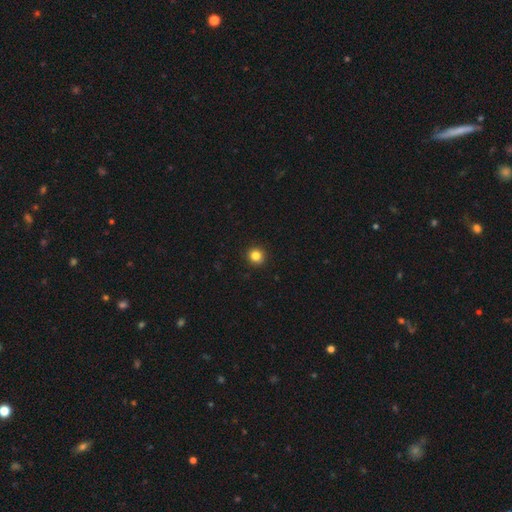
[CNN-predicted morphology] smooth 83%, star or artifact 12%, featured or disk 5%. Down the decision tree: how rounded — round (94%); merging — none (93%).